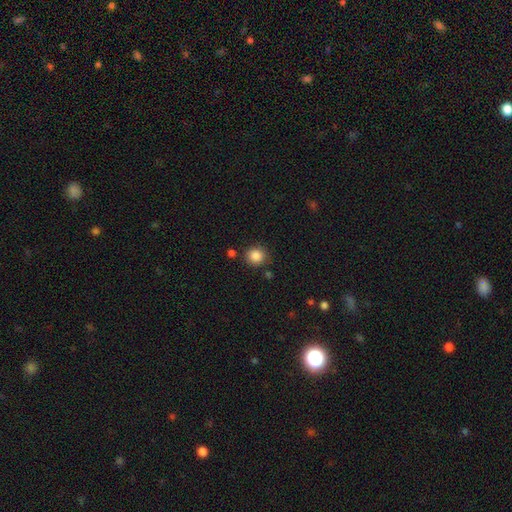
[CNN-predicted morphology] Q: Smooth or featured?
A: smooth (86%); runner-up: star or artifact (10%)
Q: How rounded?
A: round (88%); runner-up: in between (11%)
Q: Merging?
A: none (83%); runner-up: minor disturbance (10%)